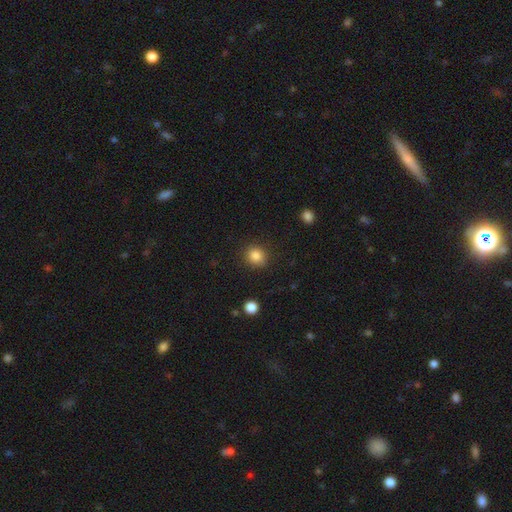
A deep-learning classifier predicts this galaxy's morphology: type=smooth (85%); roundness=round (81%); merging=none (87%).